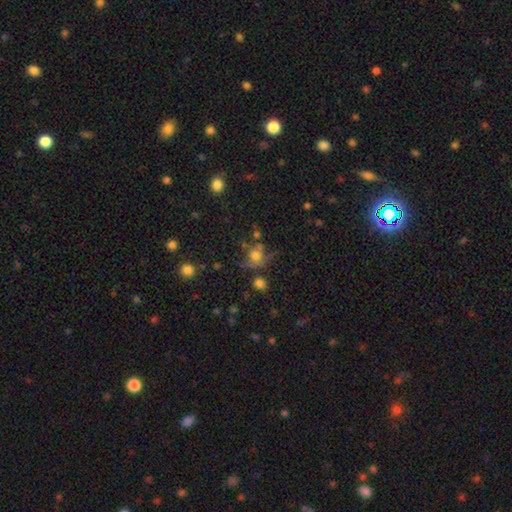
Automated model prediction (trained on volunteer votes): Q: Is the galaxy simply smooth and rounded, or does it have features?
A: smooth — 60%.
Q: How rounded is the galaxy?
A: round — 75%.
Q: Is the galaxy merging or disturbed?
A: none — 46%.